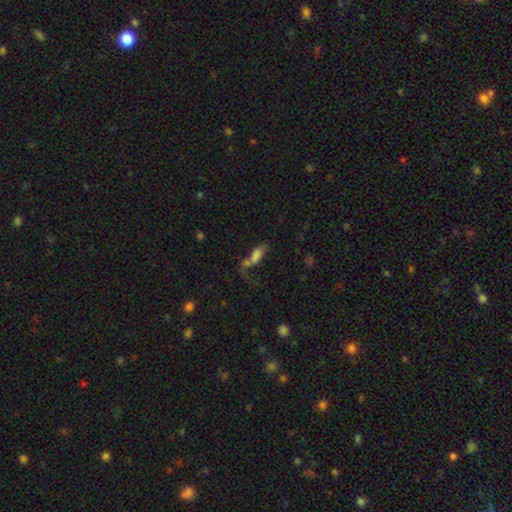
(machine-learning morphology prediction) smooth 69%, featured or disk 17%, star or artifact 14%. Down the decision tree: how rounded — in between (74%); merging — merger (35%).